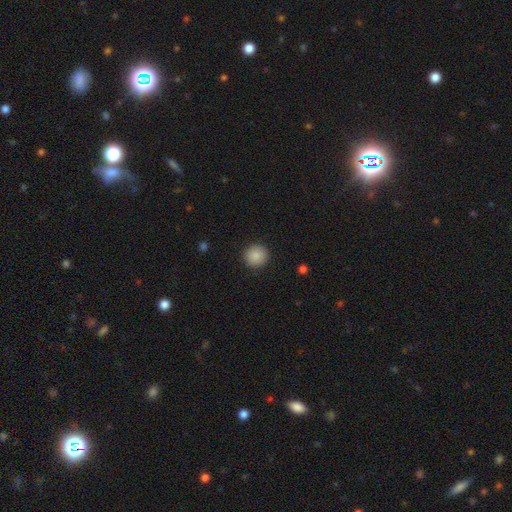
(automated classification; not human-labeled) A smooth galaxy with no disk features (89%) that is round (92%). Merging: none (91%).